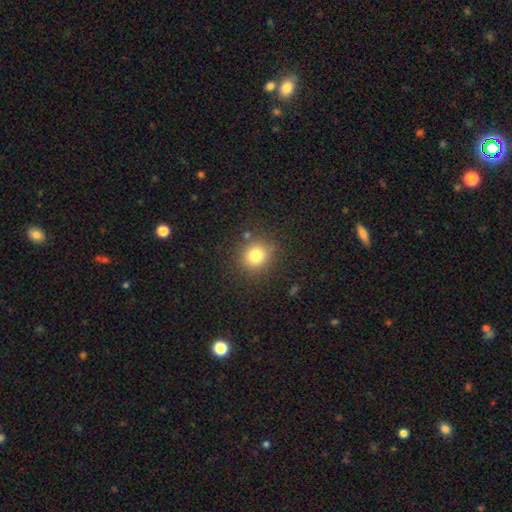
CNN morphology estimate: smooth-or-featured: smooth: 79% | star or artifact: 13% | featured or disk: 7%
  how-rounded: round: 88% | in between: 11% | cigar-shaped: 1%
  merging: none: 84% | minor disturbance: 9% | major disturbance: 3% | merger: 3%